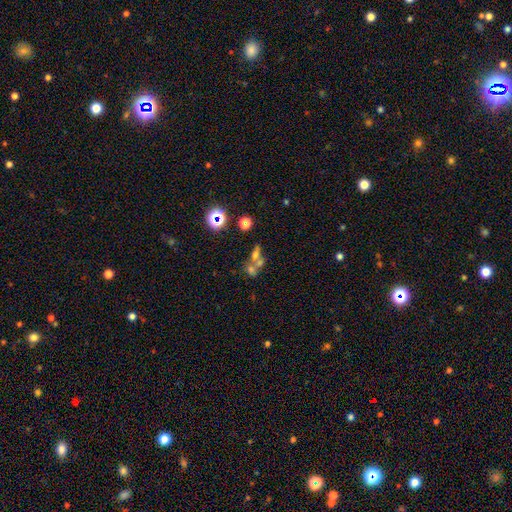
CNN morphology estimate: Smooth or featured: smooth — 44% (featured or disk — 28%)
Merging: merger — 55% (none — 32%)